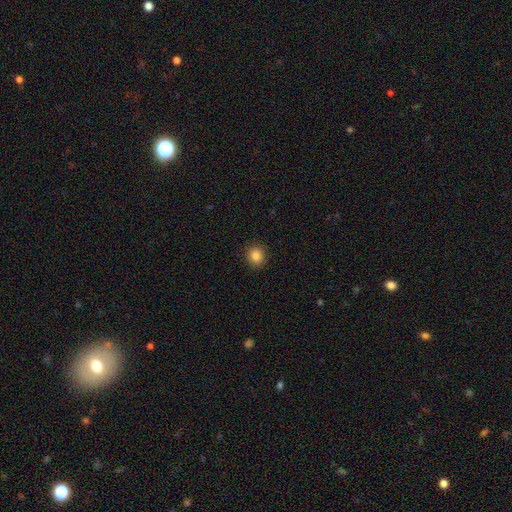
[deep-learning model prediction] Smooth or featured? Predicted: smooth (p=0.85). How rounded? Predicted: round (p=0.85). Merging? Predicted: none (p=0.91).